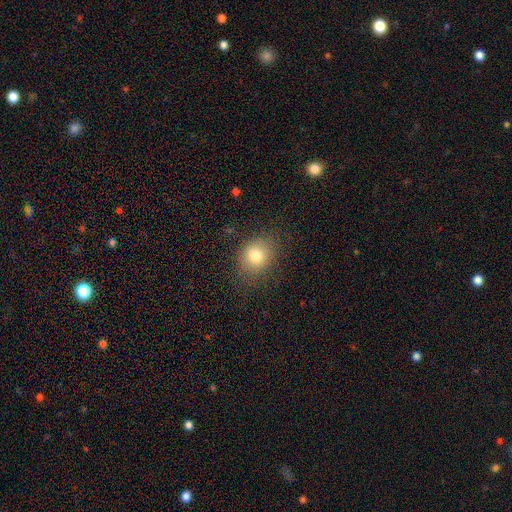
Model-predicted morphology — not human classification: A smooth galaxy with no disk features (79%) that is round (56%). Merging: none (78%).